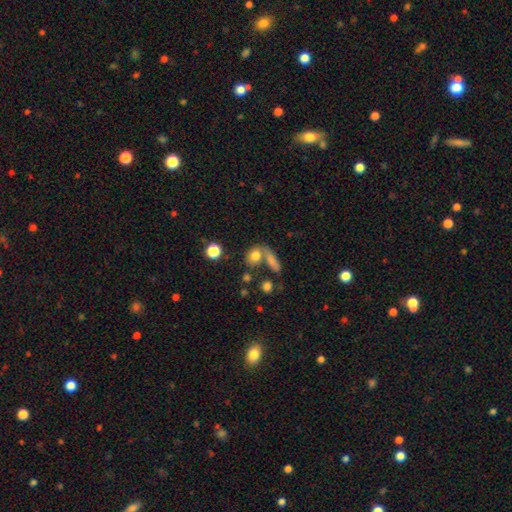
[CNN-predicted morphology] Q: Smooth or featured?
A: smooth (78%); runner-up: star or artifact (12%)
Q: How rounded?
A: in between (54%); runner-up: round (41%)
Q: Merging?
A: none (51%); runner-up: merger (32%)